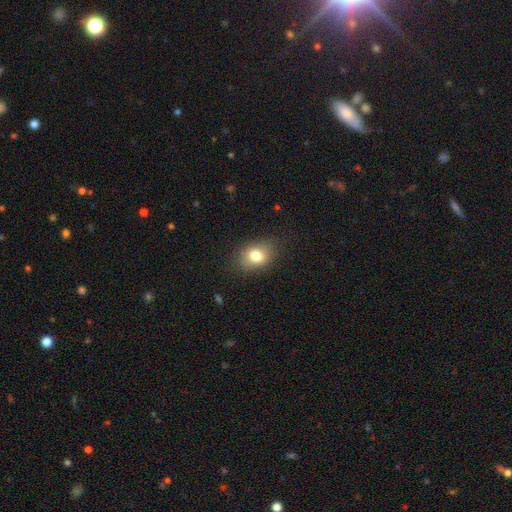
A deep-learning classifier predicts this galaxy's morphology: smooth_or_featured: smooth (p=0.76) [alt: featured or disk p=0.13]
how_rounded: in between (p=0.72) [alt: round p=0.27]
merging: none (p=0.81) [alt: minor disturbance p=0.14]